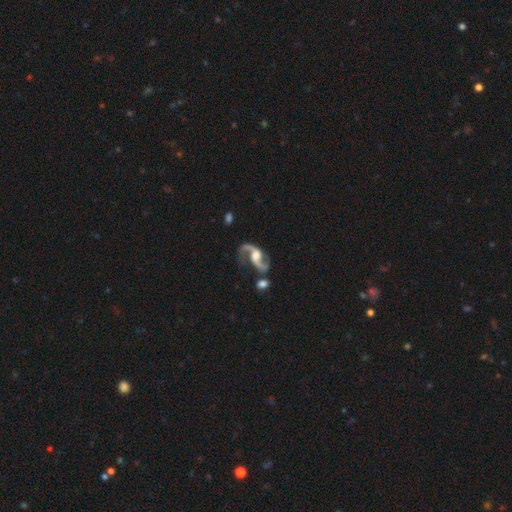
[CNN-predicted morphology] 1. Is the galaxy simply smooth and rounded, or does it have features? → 92% featured or disk, 4% star or artifact, 4% smooth.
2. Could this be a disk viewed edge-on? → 97% no, 3% yes.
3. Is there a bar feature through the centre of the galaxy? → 49% no, 36% weak, 15% strong.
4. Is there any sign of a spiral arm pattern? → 98% yes, 2% no.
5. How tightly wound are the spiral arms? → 64% loose, 31% medium, 5% tight.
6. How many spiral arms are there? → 94% 2, 2% 1, 1% can't tell, 1% 3, 1% 4, 1% more than 4.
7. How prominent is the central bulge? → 53% moderate, 27% large, 13% small, 5% none, 2% dominant.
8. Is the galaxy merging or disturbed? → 64% none, 17% minor disturbance, 11% major disturbance, 9% merger.